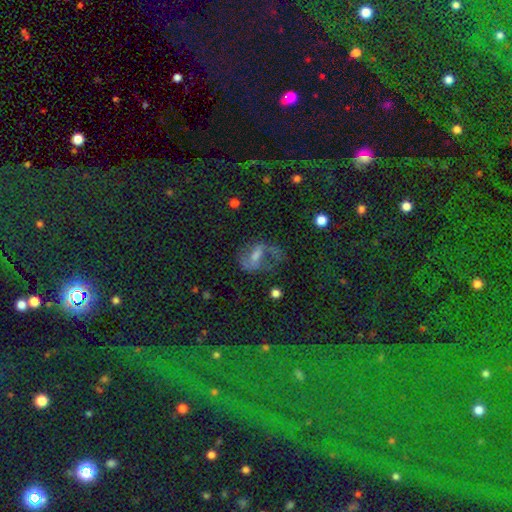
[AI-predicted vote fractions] A featured or disk galaxy (41%).

Vote fractions:
- Smooth or featured? featured or disk: 41% / star or artifact: 32% / smooth: 27%
- Merging? none: 53% / major disturbance: 22% / minor disturbance: 20% / merger: 5%